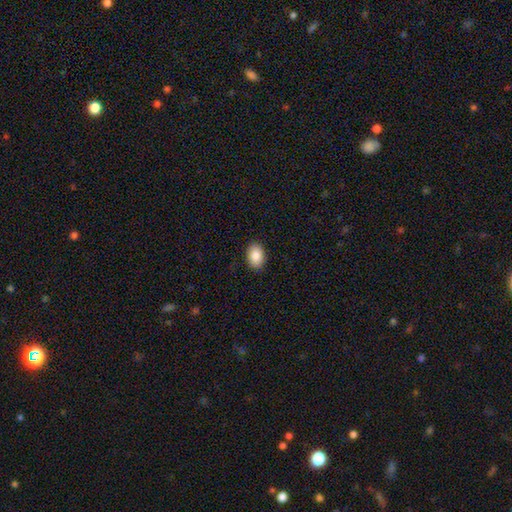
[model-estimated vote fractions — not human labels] A smooth galaxy with no disk features (87%) that is in between round and cigar-shaped (86%). Merging: none (90%).